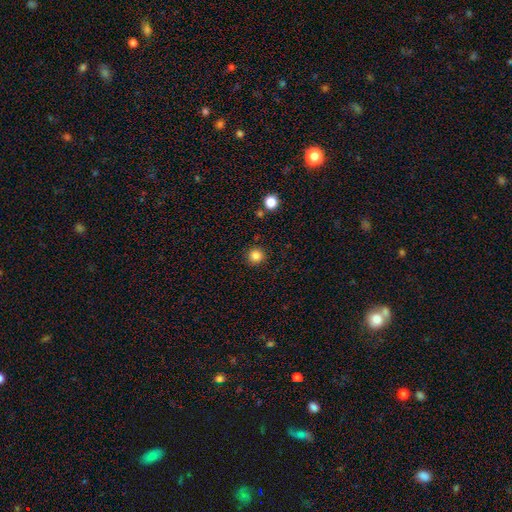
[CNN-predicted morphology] type=smooth (85%); roundness=round (94%); merging=none (91%).